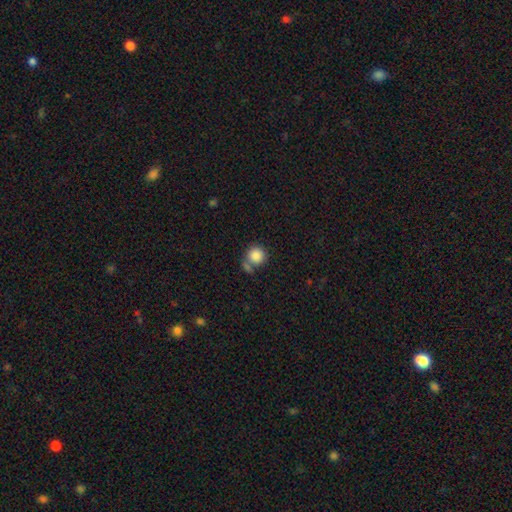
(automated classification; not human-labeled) This appears to be a smooth galaxy with no disk features (86%) that is round (91%). Merging: none (58%).